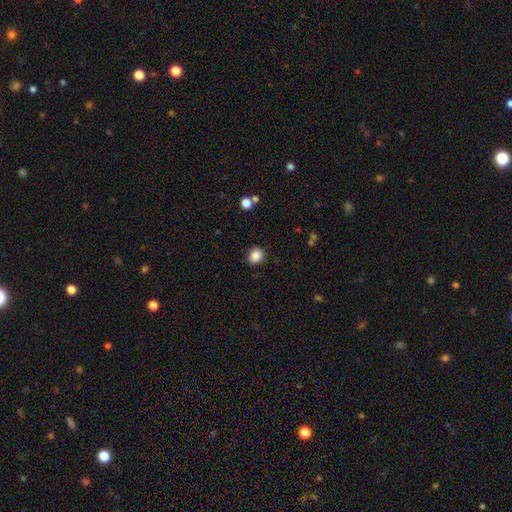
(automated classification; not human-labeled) This appears to be a smooth galaxy with no disk features (87%) that is round (73%). Merging: none (88%).